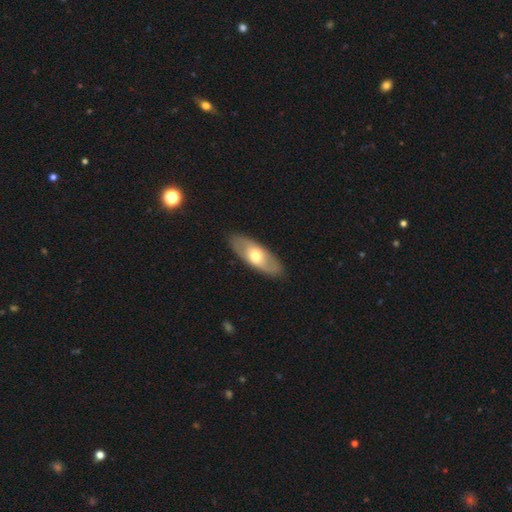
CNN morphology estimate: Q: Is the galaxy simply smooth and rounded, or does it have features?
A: smooth — 49%.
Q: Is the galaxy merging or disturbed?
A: none — 87%.